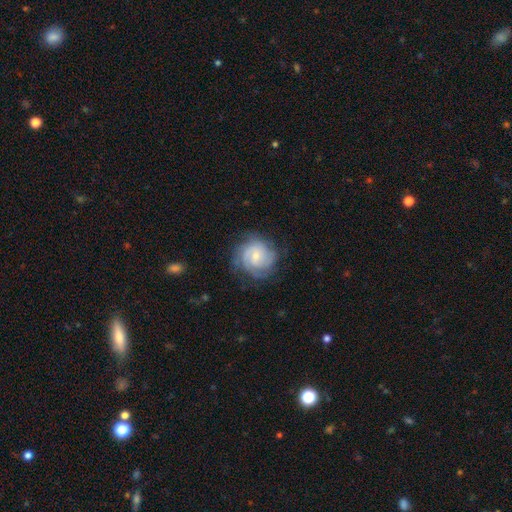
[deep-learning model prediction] This appears to be a featured or disk galaxy (70%) with no bar (59%), tight (61%) spiral arms (92%) and a small central bulge (66%). Merging: none (73%).